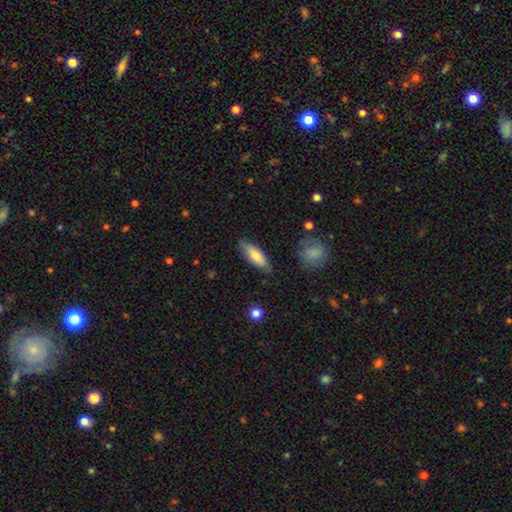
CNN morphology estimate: This appears to be a smooth galaxy with no disk features (73%) that is in between round and cigar-shaped (60%). Merging: none (80%).